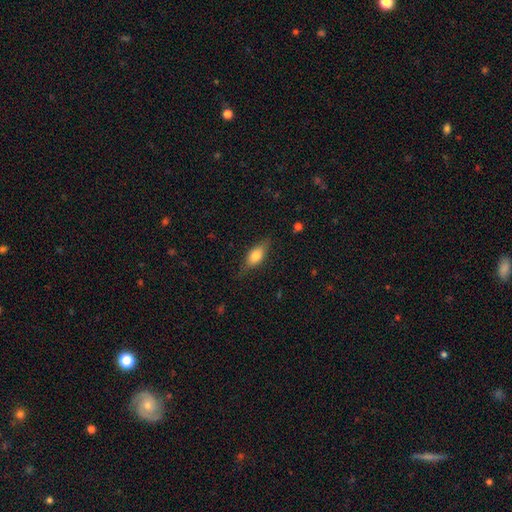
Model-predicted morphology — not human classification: This appears to be a smooth galaxy with no disk features (67%) that is in between round and cigar-shaped (76%). Merging: none (74%).